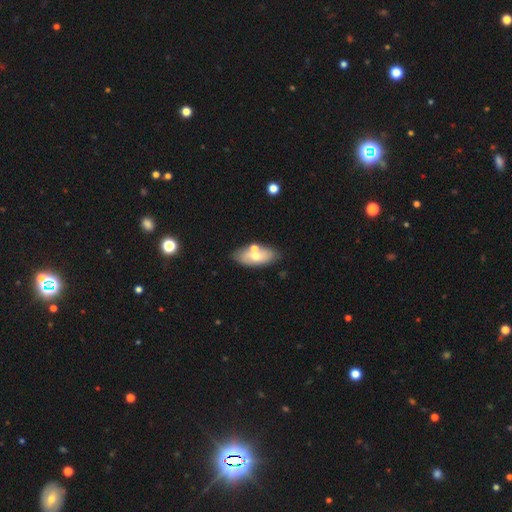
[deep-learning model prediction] Smooth or featured: smooth — 61% (featured or disk — 32%)
How rounded: in between — 86% (cigar-shaped — 10%)
Merging: none — 67% (merger — 15%)